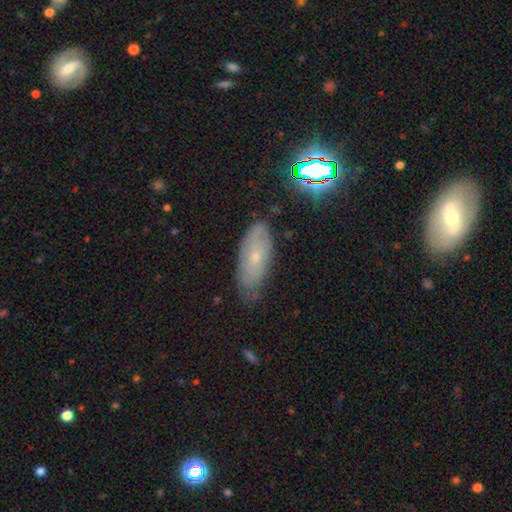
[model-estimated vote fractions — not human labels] Smooth or featured: smooth — 48% (featured or disk — 40%)
Merging: none — 68% (minor disturbance — 25%)